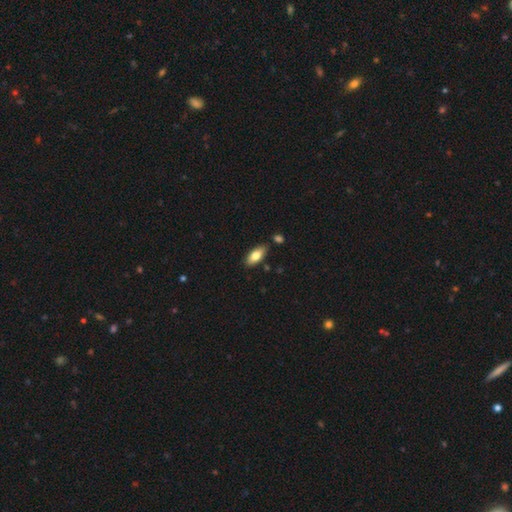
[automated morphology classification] Smooth or featured: smooth — 78% (featured or disk — 15%)
How rounded: in between — 85% (cigar-shaped — 12%)
Merging: none — 84% (minor disturbance — 10%)